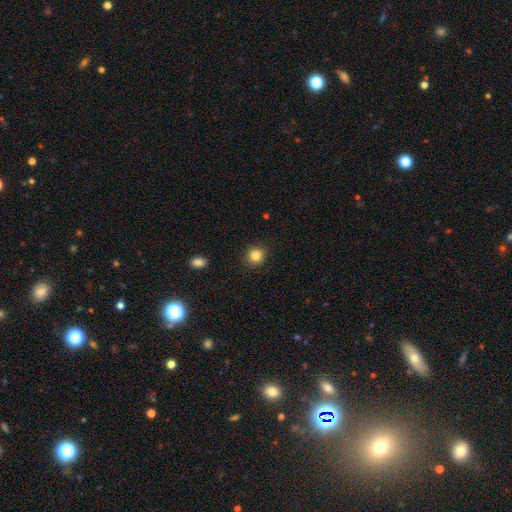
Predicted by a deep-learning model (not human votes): smooth-or-featured: smooth: 84% | star or artifact: 11% | featured or disk: 5%
  how-rounded: round: 88% | in between: 11% | cigar-shaped: 1%
  merging: none: 89% | minor disturbance: 8% | major disturbance: 2% | merger: 1%